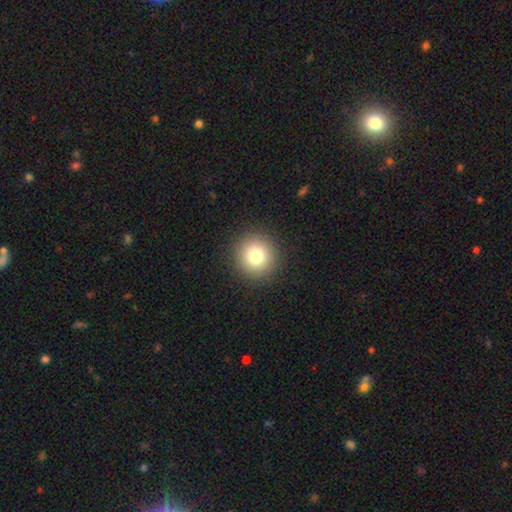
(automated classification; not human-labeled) smooth-or-featured: smooth: 79% | star or artifact: 12% | featured or disk: 9%
  how-rounded: round: 94% | in between: 5% | cigar-shaped: 1%
  merging: none: 92% | minor disturbance: 5% | major disturbance: 2% | merger: 1%